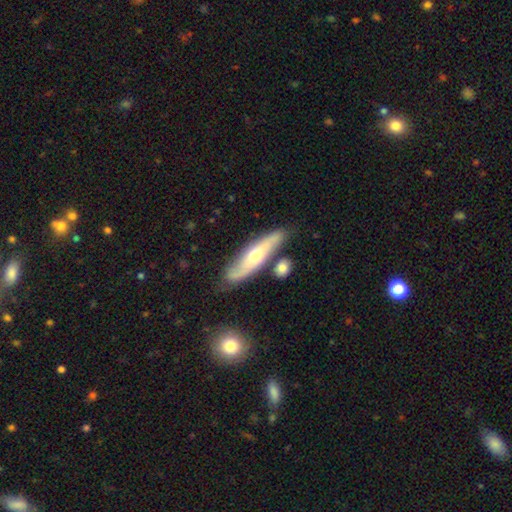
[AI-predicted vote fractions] Smooth or featured: featured or disk — 54% (smooth — 41%)
Edge-on disk: no — 52% (yes — 48%)
Merging: none — 71% (minor disturbance — 16%)